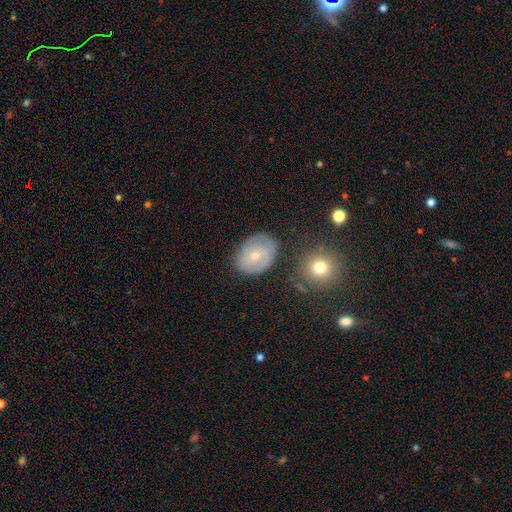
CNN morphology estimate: A featured or disk galaxy (54%) with no bar (68%), spiral arms (76%) and a small central bulge (64%). Merging: none (73%).